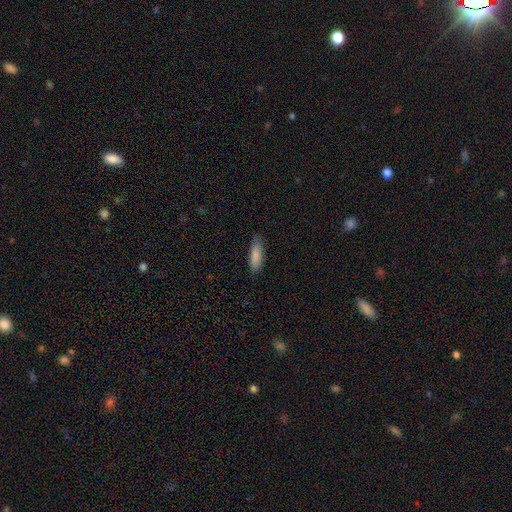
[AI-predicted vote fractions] smooth 87%, featured or disk 8%, star or artifact 6%. Down the decision tree: how rounded — in between (53%); merging — none (80%).